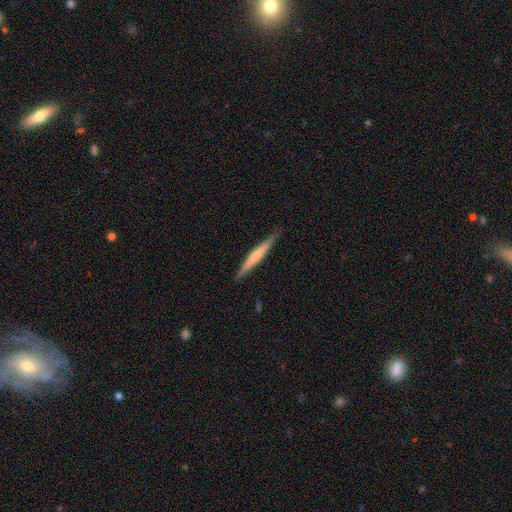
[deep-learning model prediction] smooth 49%, featured or disk 46%, star or artifact 5%. Down the decision tree: merging — none (88%).